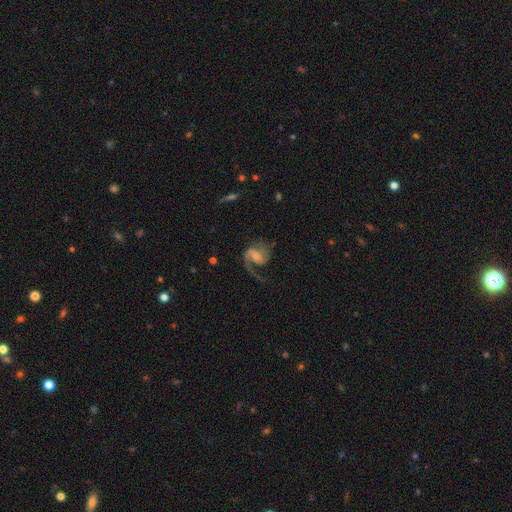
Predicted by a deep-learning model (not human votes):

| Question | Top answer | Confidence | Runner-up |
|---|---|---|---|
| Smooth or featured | featured or disk | 86% | smooth (8%) |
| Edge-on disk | no | 98% | yes (2%) |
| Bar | no | 48% | weak (40%) |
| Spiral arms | yes | 96% | no (4%) |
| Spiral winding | medium | 48% | loose (37%) |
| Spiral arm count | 2 | 58% | 1 (36%) |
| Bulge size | small | 53% | moderate (29%) |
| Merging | none | 56% | major disturbance (26%) |